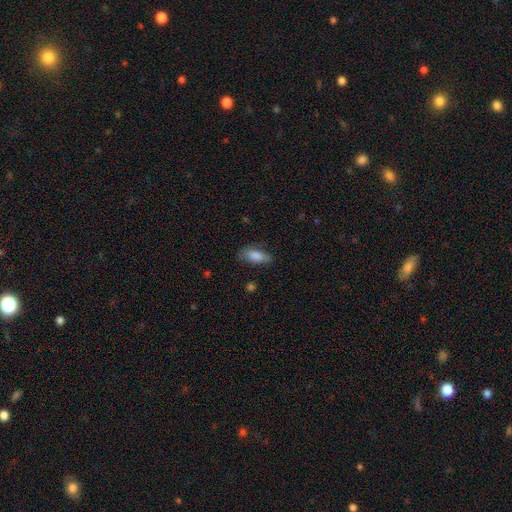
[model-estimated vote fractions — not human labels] Smooth or featured?
  - smooth: 77% *
  - featured or disk: 15%
  - star or artifact: 8%
How rounded?
  - in between: 78% *
  - cigar-shaped: 19%
  - round: 3%
Merging?
  - none: 66% *
  - minor disturbance: 25%
  - major disturbance: 7%
  - merger: 2%